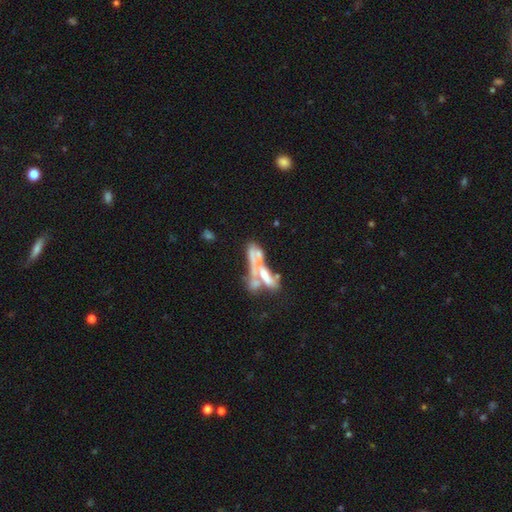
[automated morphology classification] A featured or disk galaxy (52%).

Vote fractions:
- Smooth or featured? featured or disk: 52% / smooth: 36% / star or artifact: 11%
- Edge-on disk? no: 80% / yes: 20%
- Merging? merger: 57% / major disturbance: 19% / none: 15% / minor disturbance: 9%